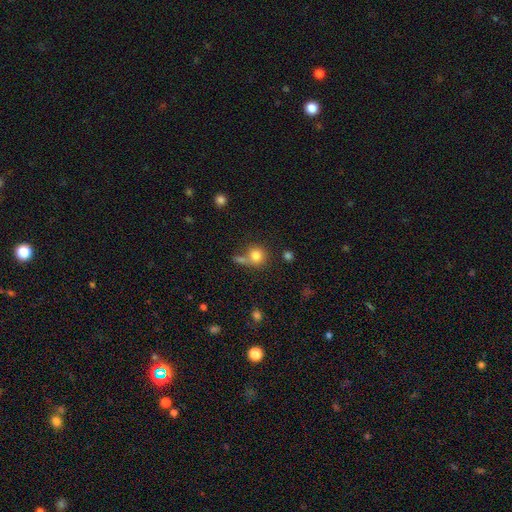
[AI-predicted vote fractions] smooth 81%, star or artifact 11%, featured or disk 8%. Down the decision tree: how rounded — round (86%); merging — none (55%).